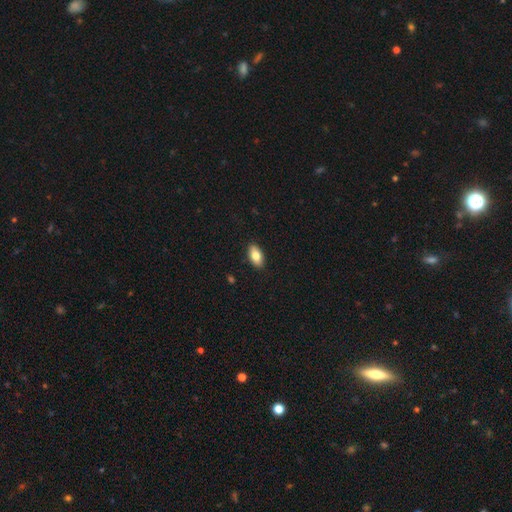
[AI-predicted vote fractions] Overall: smooth (80%). How rounded: in between (92%). Merging: none (89%).